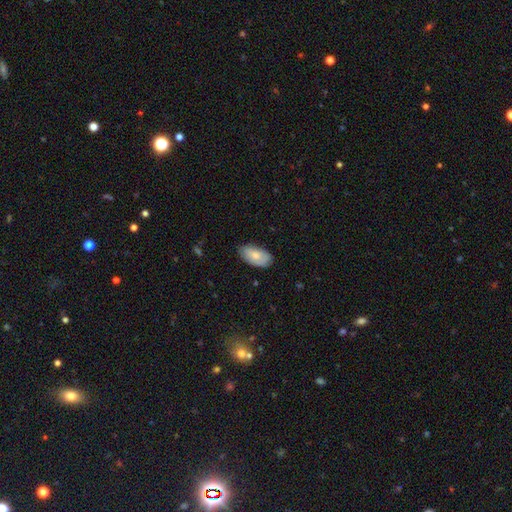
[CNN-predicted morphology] This appears to be a smooth galaxy with no disk features (75%) that is in between round and cigar-shaped (94%). Merging: none (74%).